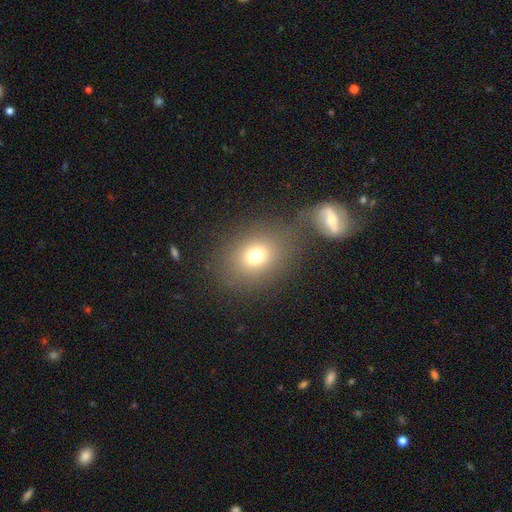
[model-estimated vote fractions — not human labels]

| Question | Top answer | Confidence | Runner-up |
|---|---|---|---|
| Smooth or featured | smooth | 73% | star or artifact (14%) |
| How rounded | round | 54% | in between (45%) |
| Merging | none | 62% | merger (17%) |